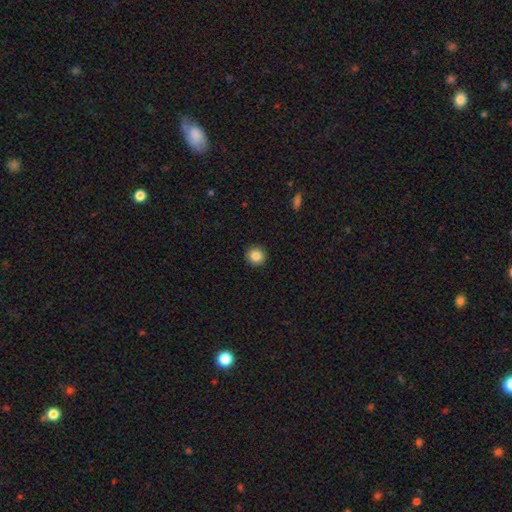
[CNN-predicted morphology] A smooth galaxy with no disk features (85%) that is round (94%).

Vote fractions:
- Smooth or featured? smooth: 85% / star or artifact: 10% / featured or disk: 5%
- How rounded? round: 94% / in between: 5% / cigar-shaped: 1%
- Merging? none: 93% / minor disturbance: 5% / major disturbance: 2% / merger: 1%